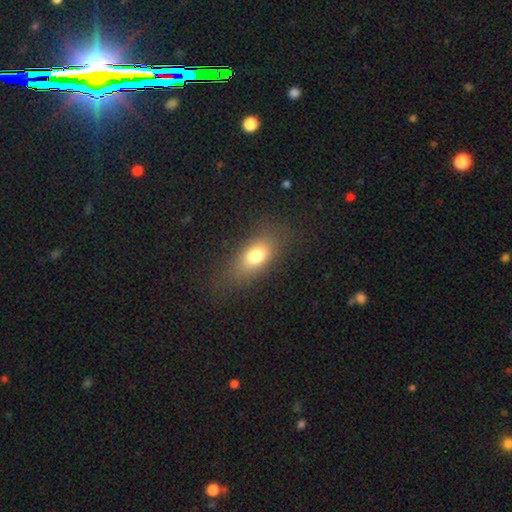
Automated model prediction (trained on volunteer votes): Smooth or featured: smooth — 75% (featured or disk — 14%)
How rounded: in between — 83% (round — 9%)
Merging: none — 77% (minor disturbance — 14%)